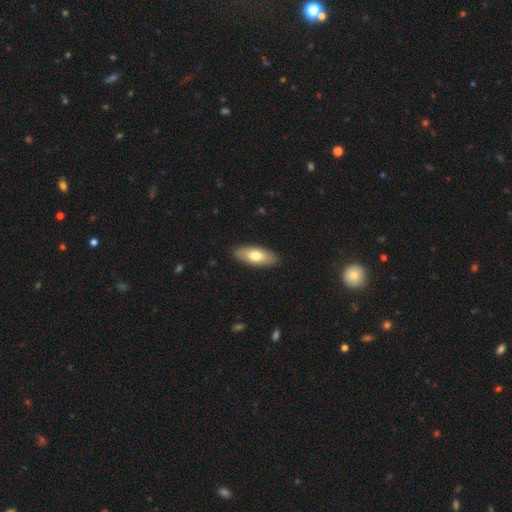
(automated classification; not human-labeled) Smooth or featured? smooth (72%)
How rounded? in between (80%)
Merging? none (89%)